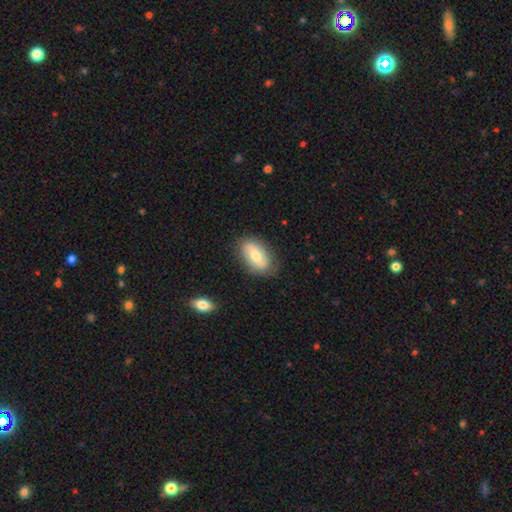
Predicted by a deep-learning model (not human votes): This is possibly a smooth galaxy (57%). How rounded: clearly in between (91%). Merging: clearly none (81%).